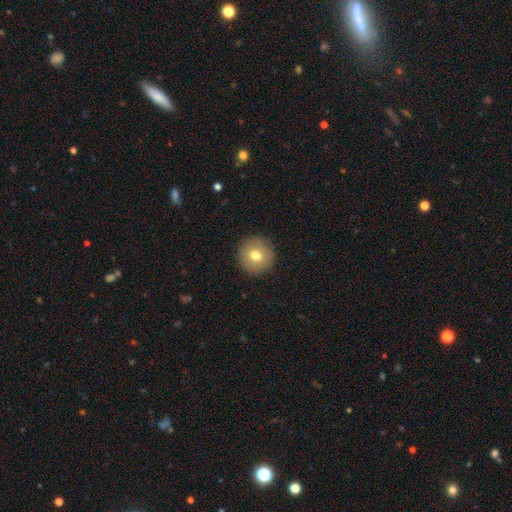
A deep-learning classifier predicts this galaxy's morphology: smooth 75%, featured or disk 16%, star or artifact 9%. Down the decision tree: how rounded — round (94%); merging — none (92%).